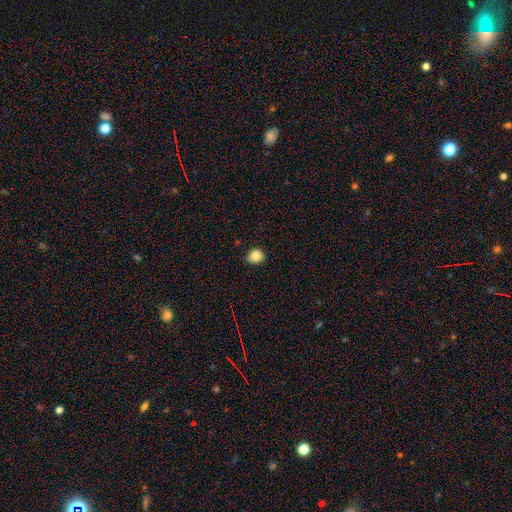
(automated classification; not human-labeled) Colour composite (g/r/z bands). It shows a smooth galaxy with no disk features (84%) that is round (74%). Merging: none (82%).